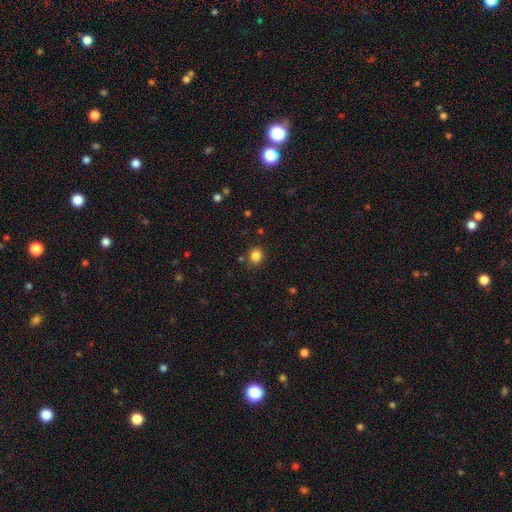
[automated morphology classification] This is clearly a smooth galaxy (84%). How rounded: clearly round (81%). Merging: clearly none (85%).